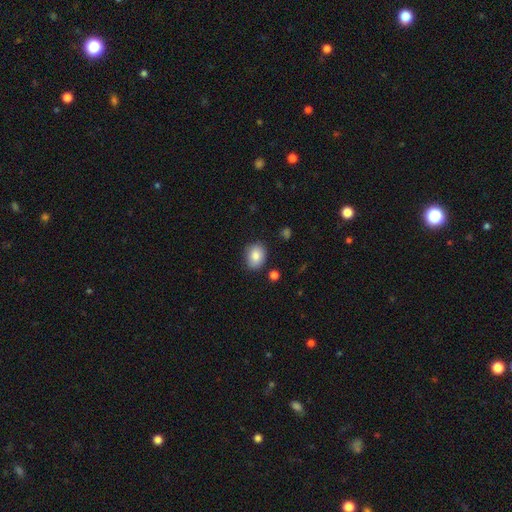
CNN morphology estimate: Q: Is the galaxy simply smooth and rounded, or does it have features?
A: smooth — 84%.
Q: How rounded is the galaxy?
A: in between — 57%.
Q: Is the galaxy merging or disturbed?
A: none — 81%.